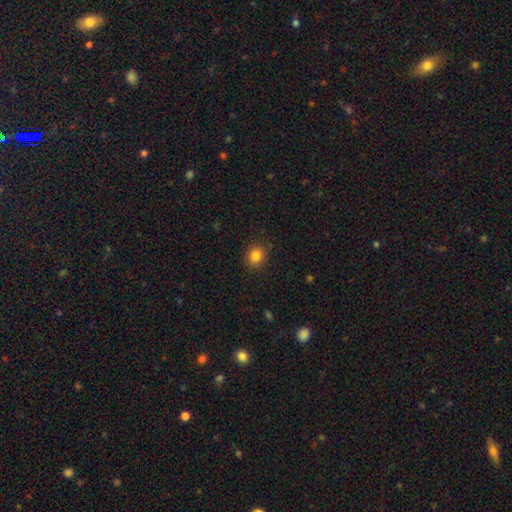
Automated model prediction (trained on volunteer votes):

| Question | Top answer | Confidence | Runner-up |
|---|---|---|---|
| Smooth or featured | smooth | 84% | star or artifact (11%) |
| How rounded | round | 74% | in between (25%) |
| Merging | none | 88% | minor disturbance (8%) |